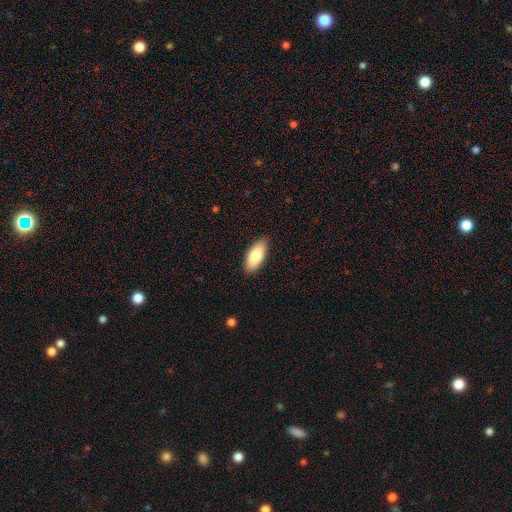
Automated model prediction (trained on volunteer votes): This appears to be a smooth galaxy with no disk features (80%) that is in between round and cigar-shaped (85%). Merging: none (89%).